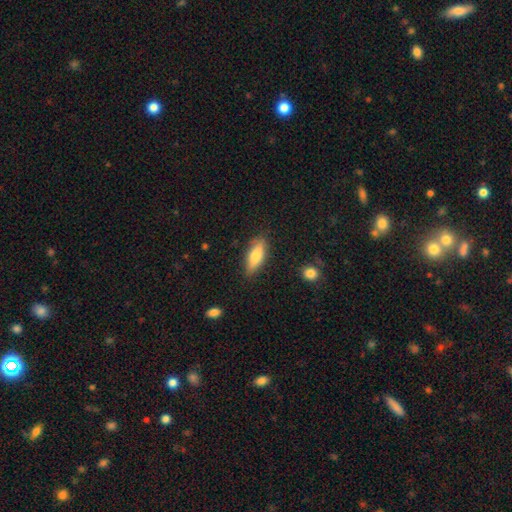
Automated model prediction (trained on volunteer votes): A smooth galaxy with no disk features (66%) that is in between round and cigar-shaped (54%). Merging: none (82%).